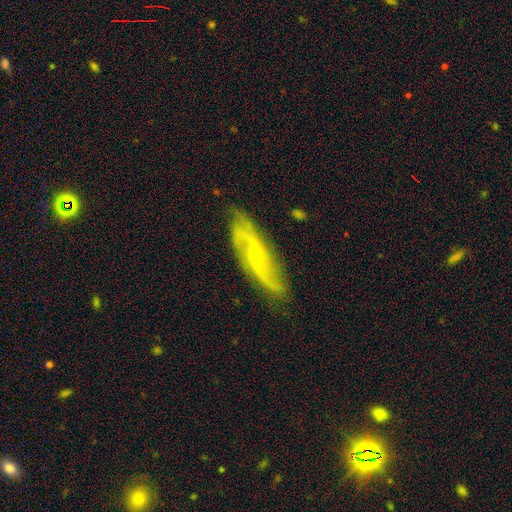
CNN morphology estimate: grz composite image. It shows a featured or disk galaxy (84%) with a weak bar (45%), 2 (87%) loose (62%) spiral arms (95%) and a small central bulge (72%). Merging: none (78%).